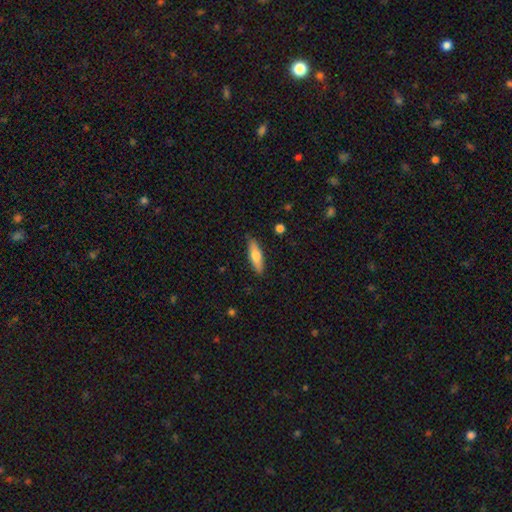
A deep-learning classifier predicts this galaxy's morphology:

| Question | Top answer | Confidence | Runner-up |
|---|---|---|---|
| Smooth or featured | smooth | 67% | featured or disk (27%) |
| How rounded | cigar-shaped | 56% | in between (42%) |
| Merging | none | 86% | minor disturbance (11%) |